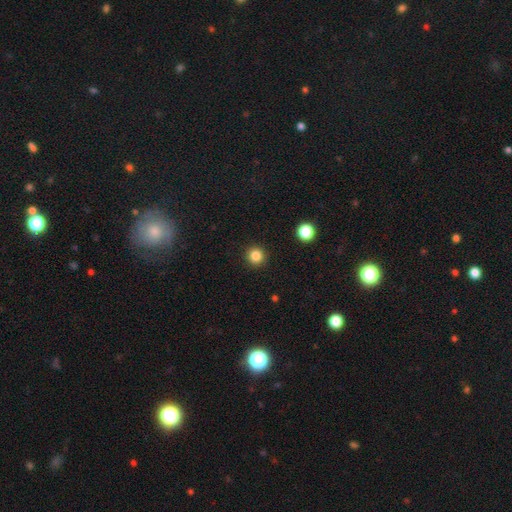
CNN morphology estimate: Overall: smooth (84%). How rounded: round (95%). Merging: none (92%).